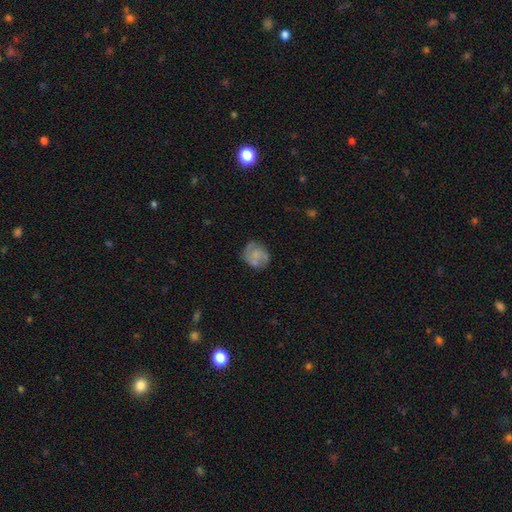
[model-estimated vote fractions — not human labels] featured or disk 54%, smooth 38%, star or artifact 8%. Down the decision tree: edge-on disk — no (98%); bar — no (68%); spiral arms — yes (84%); bulge size — none (44%); merging — none (70%).